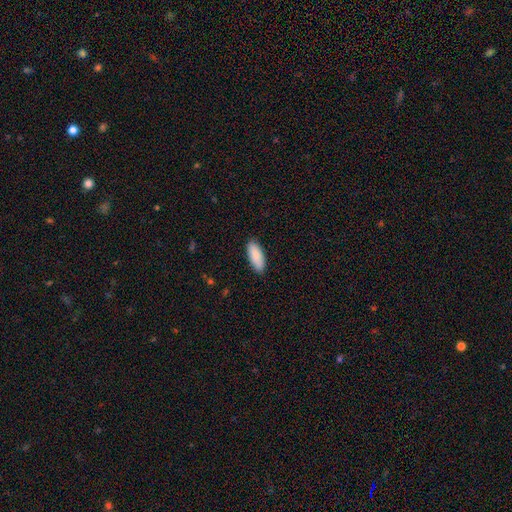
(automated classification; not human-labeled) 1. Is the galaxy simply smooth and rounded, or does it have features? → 89% smooth, 6% featured or disk, 5% star or artifact.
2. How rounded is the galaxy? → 77% in between, 22% cigar-shaped, 2% round.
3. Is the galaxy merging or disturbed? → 88% none, 9% minor disturbance, 2% major disturbance, 1% merger.